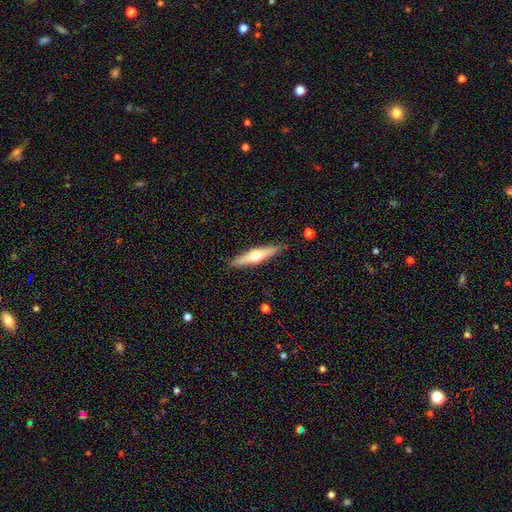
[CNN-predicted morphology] Smooth or featured? Predicted: featured or disk (p=0.61). Edge-on disk? Predicted: yes (p=0.95). Edge-on bulge? Predicted: rounded (p=0.95). Merging? Predicted: none (p=0.89).